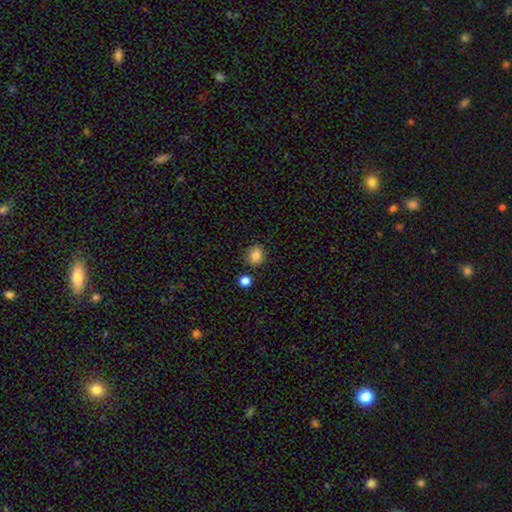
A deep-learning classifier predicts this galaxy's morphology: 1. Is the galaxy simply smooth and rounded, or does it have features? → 85% smooth, 10% star or artifact, 5% featured or disk.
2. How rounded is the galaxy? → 76% round, 23% in between, 1% cigar-shaped.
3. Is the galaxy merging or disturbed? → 83% none, 10% minor disturbance, 5% merger, 2% major disturbance.